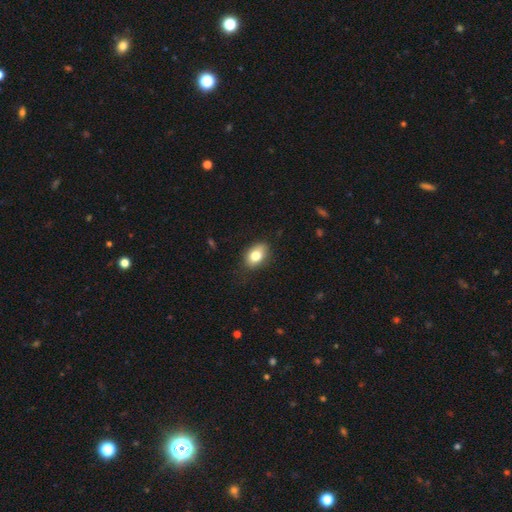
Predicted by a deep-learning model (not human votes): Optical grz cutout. It shows a smooth galaxy with no disk features (80%) that is in between round and cigar-shaped (83%). Merging: none (78%).